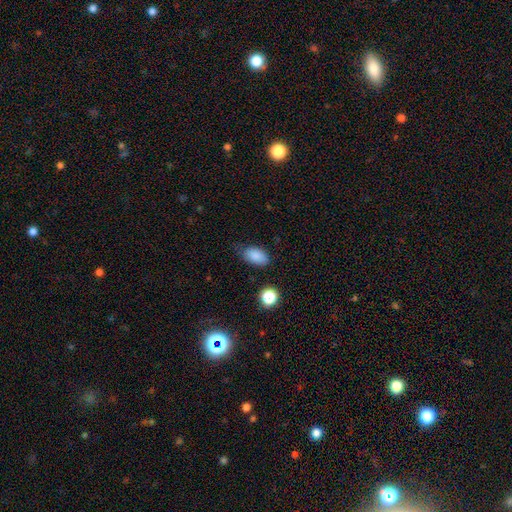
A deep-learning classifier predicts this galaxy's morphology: Smooth or featured?
  - smooth: 86% *
  - star or artifact: 9%
  - featured or disk: 5%
How rounded?
  - in between: 91% *
  - round: 6%
  - cigar-shaped: 3%
Merging?
  - none: 72% *
  - minor disturbance: 21%
  - major disturbance: 5%
  - merger: 2%